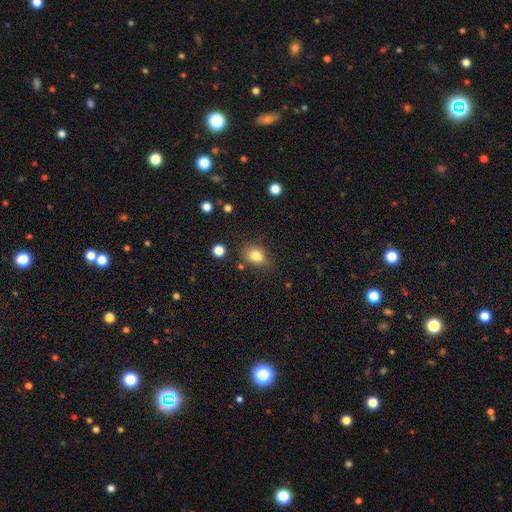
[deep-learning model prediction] Q: Smooth or featured?
A: smooth (81%); runner-up: star or artifact (10%)
Q: How rounded?
A: in between (68%); runner-up: round (30%)
Q: Merging?
A: none (65%); runner-up: minor disturbance (23%)